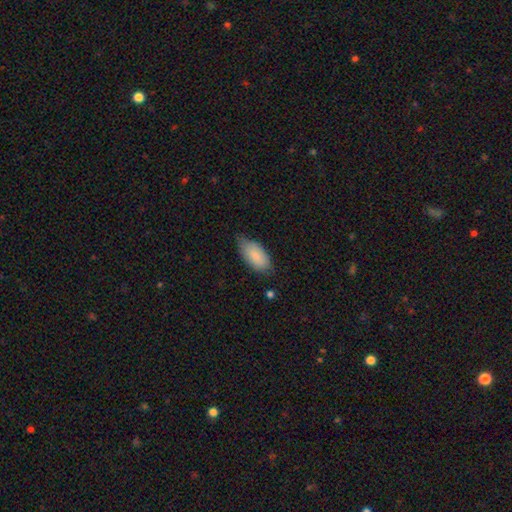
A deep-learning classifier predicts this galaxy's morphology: Smooth or featured?
  - smooth: 88% *
  - featured or disk: 7%
  - star or artifact: 6%
How rounded?
  - in between: 92% *
  - cigar-shaped: 6%
  - round: 2%
Merging?
  - none: 65% *
  - minor disturbance: 29%
  - major disturbance: 5%
  - merger: 1%